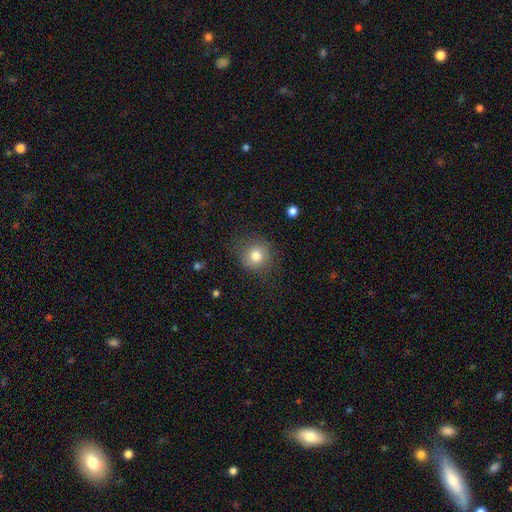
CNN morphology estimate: The model was most divided on "smooth or featured": smooth: 80%, star or artifact: 11%, featured or disk: 9%. More confident: how rounded — round (89%); merging — none (82%).